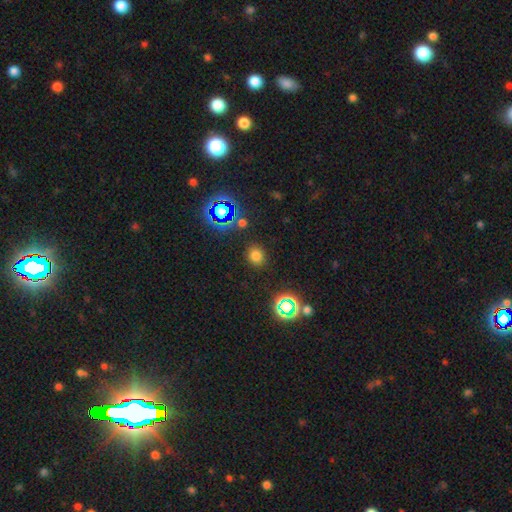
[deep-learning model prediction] Smooth or featured? Predicted: smooth (p=0.71). How rounded? Predicted: round (p=0.79). Merging? Predicted: none (p=0.88).